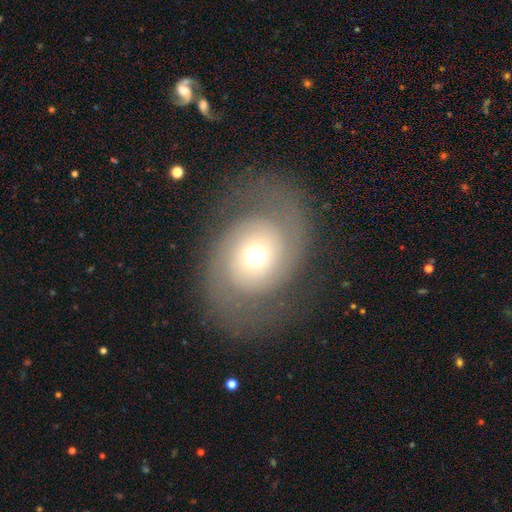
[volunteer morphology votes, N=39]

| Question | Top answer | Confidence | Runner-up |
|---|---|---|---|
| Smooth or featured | featured or disk | 92% | star or artifact (5%) |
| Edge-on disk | no | 100% | — |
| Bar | no | 78% | weak (17%) |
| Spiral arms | yes | 97% | no (3%) |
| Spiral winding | medium | 51% | tight (37%) |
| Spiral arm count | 2 | 91% | can't tell (6%) |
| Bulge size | moderate | 61% | small (22%) |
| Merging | none | 95% | minor disturbance (3%) |